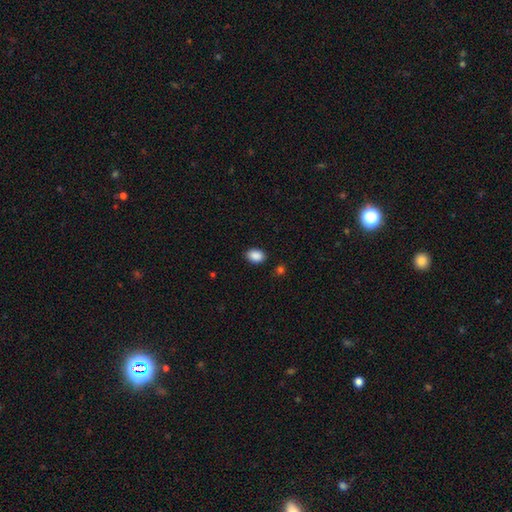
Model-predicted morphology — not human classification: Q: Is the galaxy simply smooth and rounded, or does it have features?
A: smooth — 89%.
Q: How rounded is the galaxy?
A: in between — 76%.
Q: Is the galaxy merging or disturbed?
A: none — 86%.